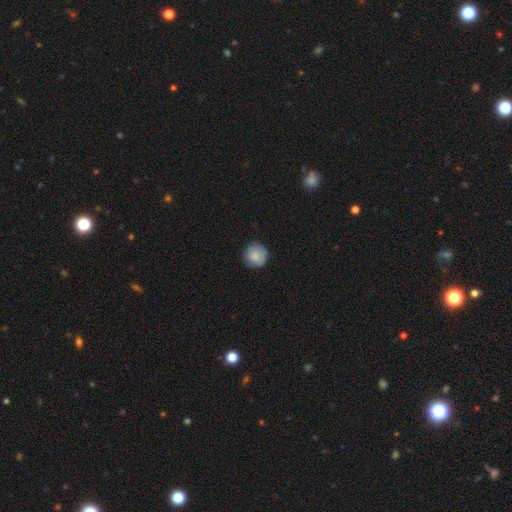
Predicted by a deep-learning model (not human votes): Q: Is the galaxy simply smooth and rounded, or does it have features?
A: smooth — 82%.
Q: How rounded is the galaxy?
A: round — 94%.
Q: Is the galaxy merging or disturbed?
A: none — 83%.